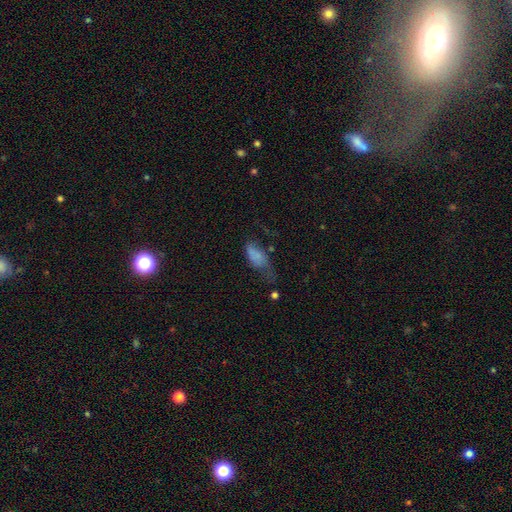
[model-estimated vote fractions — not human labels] Overall: smooth (67%). How rounded: in between (87%). Merging: major disturbance (42%; minor disturbance 28%).